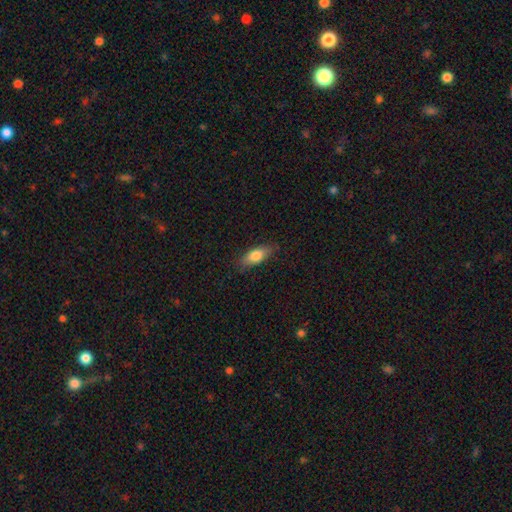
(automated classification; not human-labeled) A smooth galaxy with no disk features (77%) that is in between round and cigar-shaped (74%).

Vote fractions:
- Smooth or featured? smooth: 77% / featured or disk: 17% / star or artifact: 6%
- How rounded? in between: 74% / cigar-shaped: 23% / round: 3%
- Merging? none: 83% / minor disturbance: 13% / major disturbance: 3% / merger: 1%